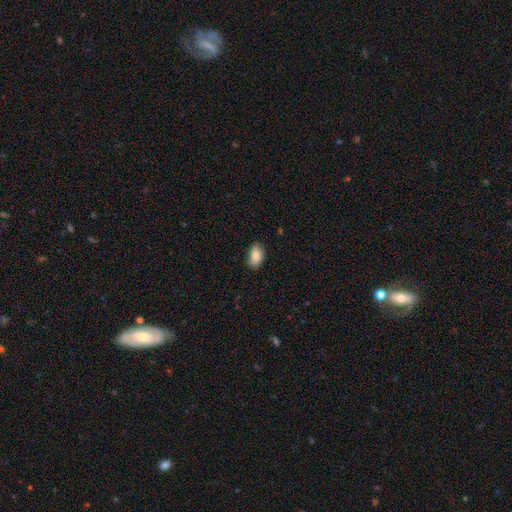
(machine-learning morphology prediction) Smooth or featured? Predicted: smooth (p=0.83). How rounded? Predicted: in between (p=0.92). Merging? Predicted: none (p=0.80).